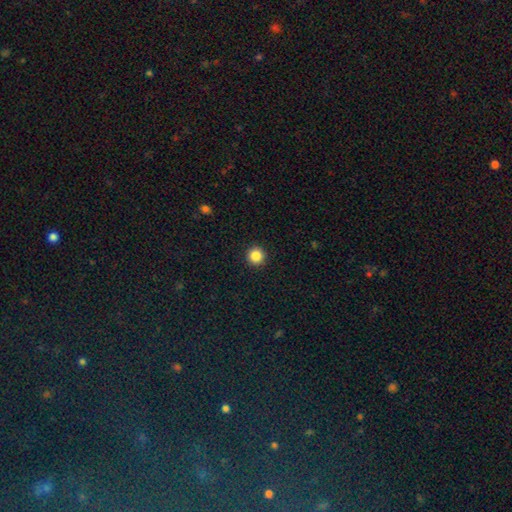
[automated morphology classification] A smooth galaxy with no disk features (86%) that is round (96%). Merging: none (93%).